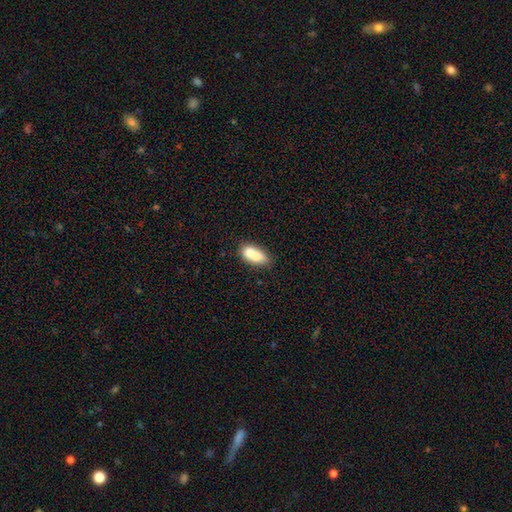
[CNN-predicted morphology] A smooth galaxy with no disk features (69%) that is in between round and cigar-shaped (80%).

Vote fractions:
- Smooth or featured? smooth: 69% / featured or disk: 22% / star or artifact: 8%
- How rounded? in between: 80% / cigar-shaped: 11% / round: 10%
- Merging? merger: 51% / none: 33% / minor disturbance: 12% / major disturbance: 5%